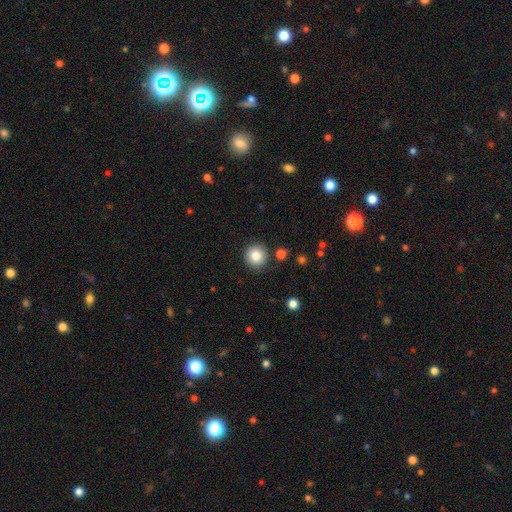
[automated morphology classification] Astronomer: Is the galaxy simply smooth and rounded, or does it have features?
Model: smooth — 84%.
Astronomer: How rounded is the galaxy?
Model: round — 93%.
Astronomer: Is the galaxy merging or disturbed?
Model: none — 87%.